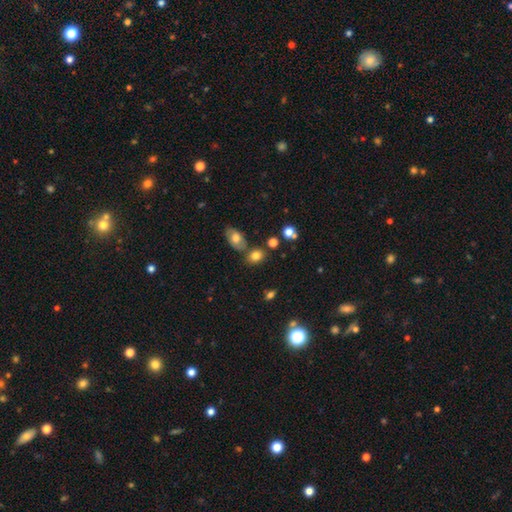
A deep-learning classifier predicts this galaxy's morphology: smooth_or_featured: smooth (p=0.78) [alt: star or artifact p=0.12]
how_rounded: in between (p=0.63) [alt: round p=0.35]
merging: none (p=0.66) [alt: merger p=0.17]